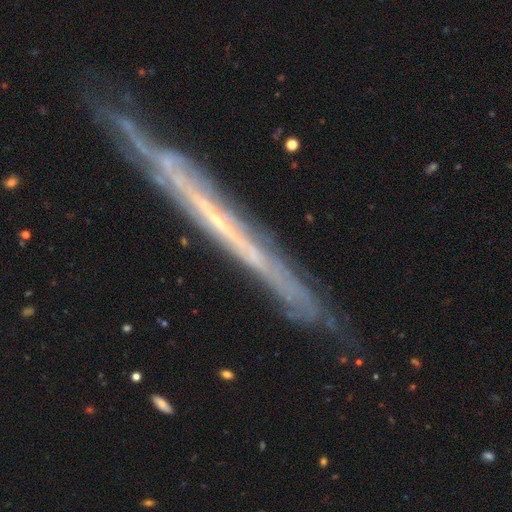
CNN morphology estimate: smooth_or_featured: featured or disk (p=0.71) [alt: smooth p=0.20]
disk_edge_on: yes (p=0.89) [alt: no p=0.11]
edge_on_bulge: none (p=0.77) [alt: rounded p=0.17]
merging: none (p=0.75) [alt: minor disturbance p=0.18]